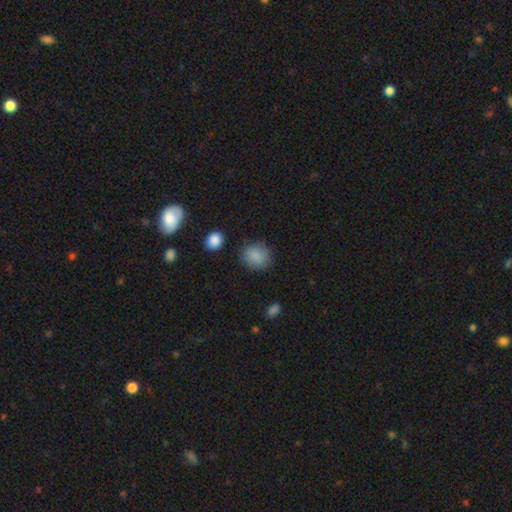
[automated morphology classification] Smooth or featured? Predicted: smooth (p=0.87). How rounded? Predicted: round (p=0.72). Merging? Predicted: none (p=0.81).